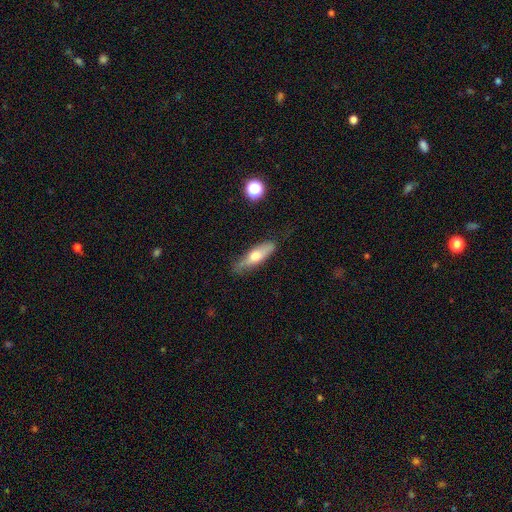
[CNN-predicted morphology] Smooth or featured?
  - smooth: 54% *
  - featured or disk: 39%
  - star or artifact: 7%
How rounded?
  - cigar-shaped: 61% *
  - in between: 37%
  - round: 3%
Merging?
  - none: 73% *
  - minor disturbance: 20%
  - major disturbance: 5%
  - merger: 2%